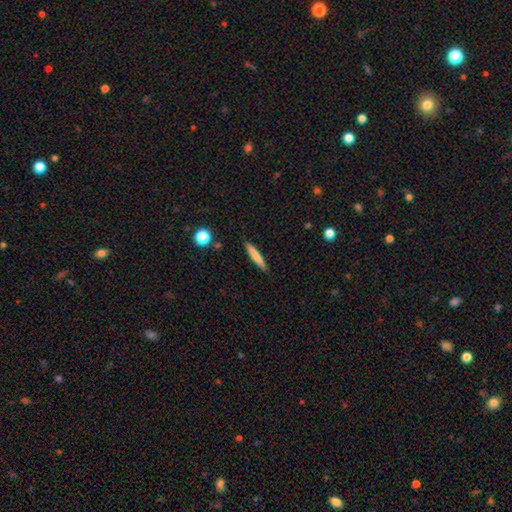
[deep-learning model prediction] This is likely a smooth galaxy (74%). How rounded: clearly cigar-shaped (93%). Merging: clearly none (89%).